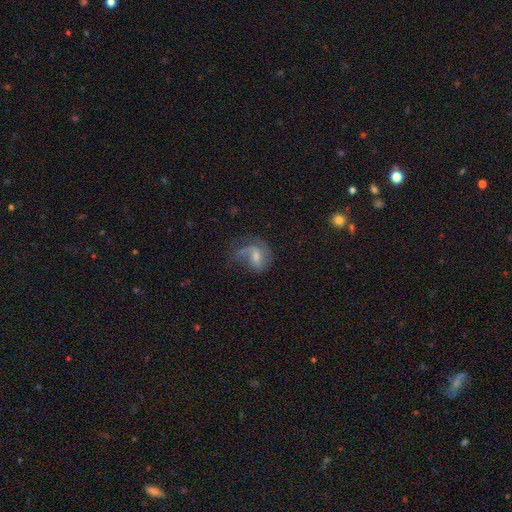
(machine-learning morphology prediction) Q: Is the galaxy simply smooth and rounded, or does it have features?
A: featured or disk — 63%.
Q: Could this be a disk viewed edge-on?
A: no — 97%.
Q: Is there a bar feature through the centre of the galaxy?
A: weak — 49%.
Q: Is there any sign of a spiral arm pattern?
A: yes — 82%.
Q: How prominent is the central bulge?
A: moderate — 43%.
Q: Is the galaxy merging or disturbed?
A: none — 38%.